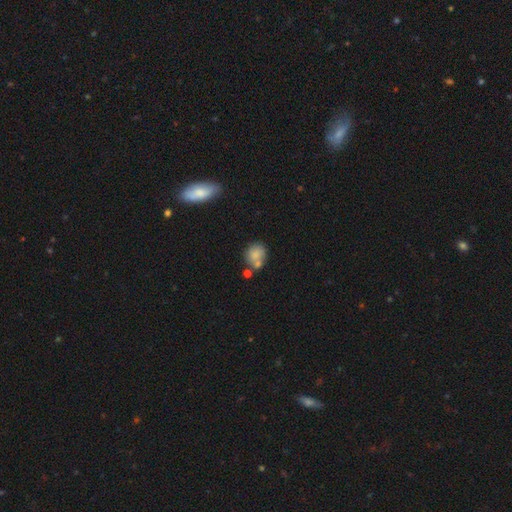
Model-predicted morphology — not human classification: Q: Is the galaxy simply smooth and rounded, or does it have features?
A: smooth — 79%.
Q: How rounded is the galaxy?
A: round — 69%.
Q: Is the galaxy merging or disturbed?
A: none — 52%.